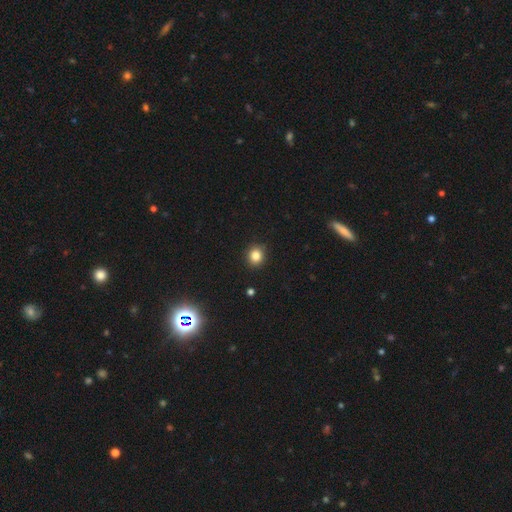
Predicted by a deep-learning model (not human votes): Overall: smooth (84%). How rounded: round (85%). Merging: none (91%).